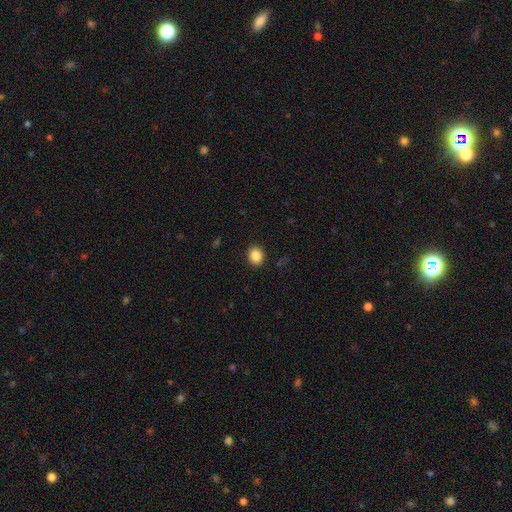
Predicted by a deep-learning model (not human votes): Smooth or featured?
  - smooth: 86% *
  - star or artifact: 10%
  - featured or disk: 4%
How rounded?
  - round: 71% *
  - in between: 28%
  - cigar-shaped: 1%
Merging?
  - none: 91% *
  - minor disturbance: 6%
  - major disturbance: 2%
  - merger: 1%